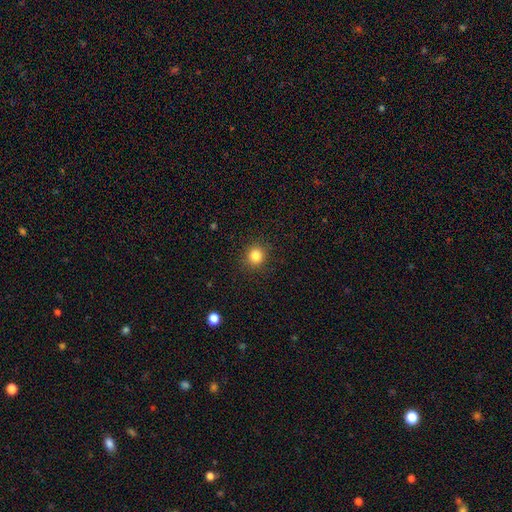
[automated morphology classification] A smooth galaxy with no disk features (83%) that is round (89%).

Vote fractions:
- Smooth or featured? smooth: 83% / star or artifact: 12% / featured or disk: 5%
- How rounded? round: 89% / in between: 10% / cigar-shaped: 1%
- Merging? none: 90% / minor disturbance: 6% / major disturbance: 2% / merger: 1%